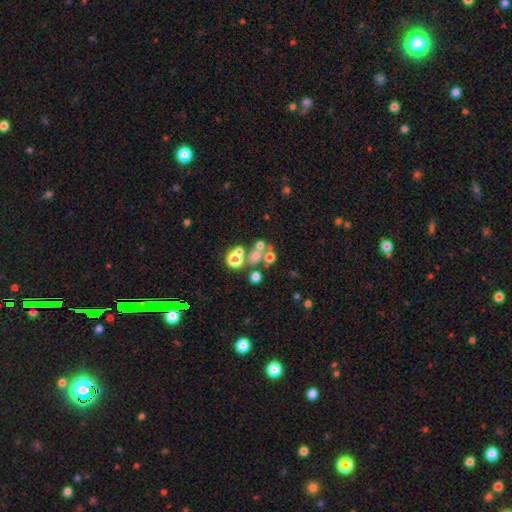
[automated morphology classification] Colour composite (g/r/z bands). It shows a smooth galaxy with no disk features (53%) that is round (80%). Merging: none (48%).